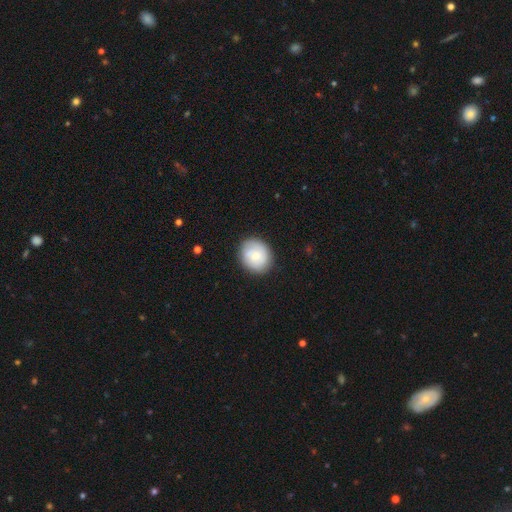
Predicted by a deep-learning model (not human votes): This appears to be a smooth galaxy with no disk features (73%) that is round (69%). Merging: none (84%).